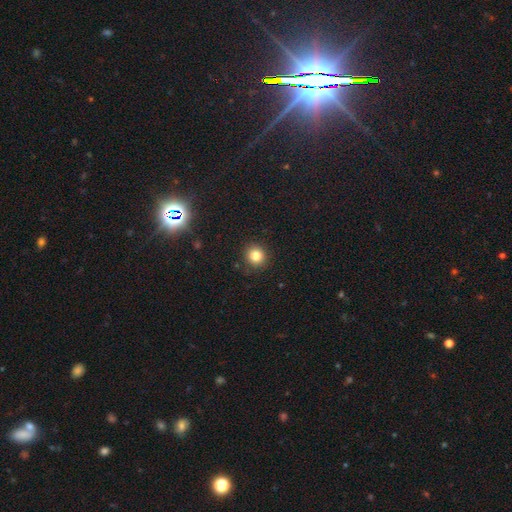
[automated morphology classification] Smooth or featured? Predicted: smooth (p=0.82). How rounded? Predicted: round (p=0.92). Merging? Predicted: none (p=0.90).